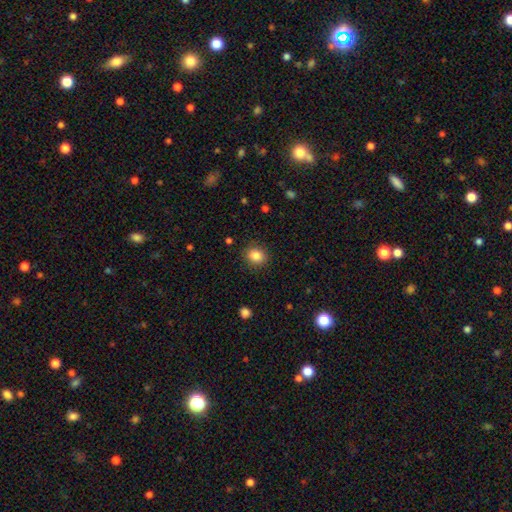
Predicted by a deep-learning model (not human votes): Morphology: type=smooth (85%); roundness=round (68%); merging=none (88%).